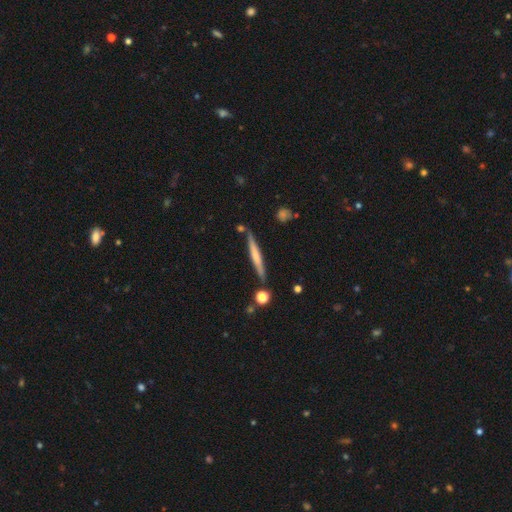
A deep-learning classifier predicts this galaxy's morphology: Smooth or featured? Predicted: featured or disk (p=0.47, tied with smooth). Merging? Predicted: none (p=0.82).